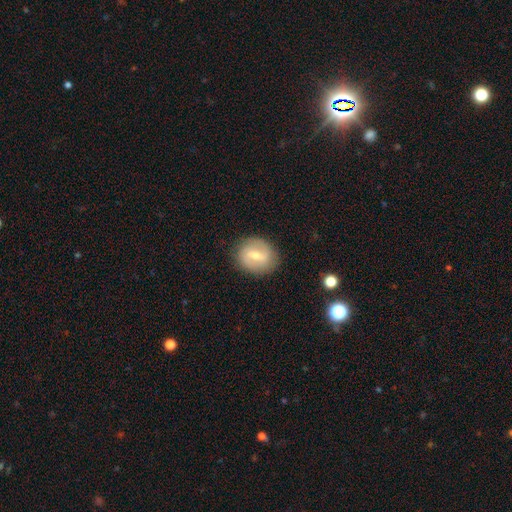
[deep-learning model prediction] The model was most divided on "bulge size": moderate: 54%, small: 41%, large: 2%, none: 2%, dominant: 1%. More confident: edge-on disk — no (96%); merging — none (85%); spiral arms — yes (67%); smooth or featured — featured or disk (54%); bar — weak (53%).